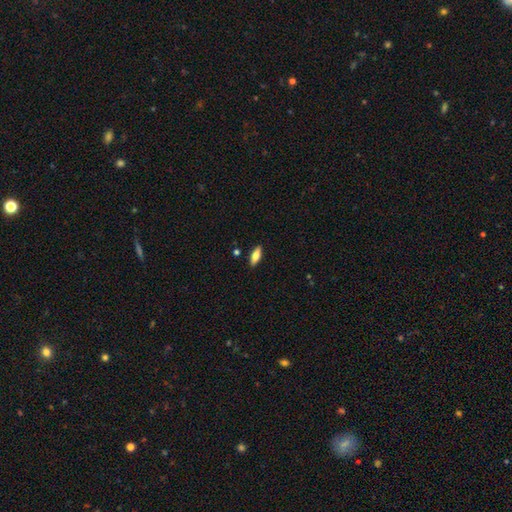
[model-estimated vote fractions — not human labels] Morphology: type=smooth (66%); roundness=in between (71%); merging=none (88%).